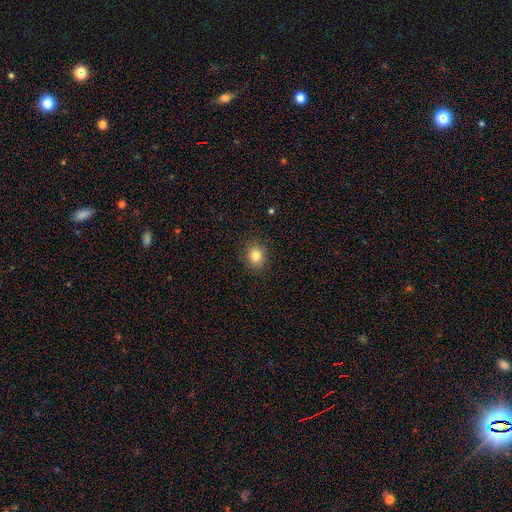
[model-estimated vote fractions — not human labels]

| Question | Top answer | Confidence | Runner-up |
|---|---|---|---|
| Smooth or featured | smooth | 82% | star or artifact (11%) |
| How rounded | round | 72% | in between (27%) |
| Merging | none | 89% | minor disturbance (8%) |